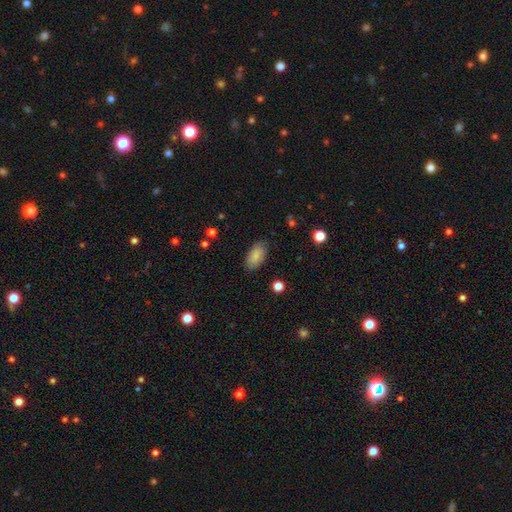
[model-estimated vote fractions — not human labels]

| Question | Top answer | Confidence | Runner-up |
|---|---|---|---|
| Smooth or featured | smooth | 86% | star or artifact (7%) |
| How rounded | in between | 93% | cigar-shaped (4%) |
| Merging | none | 85% | minor disturbance (11%) |